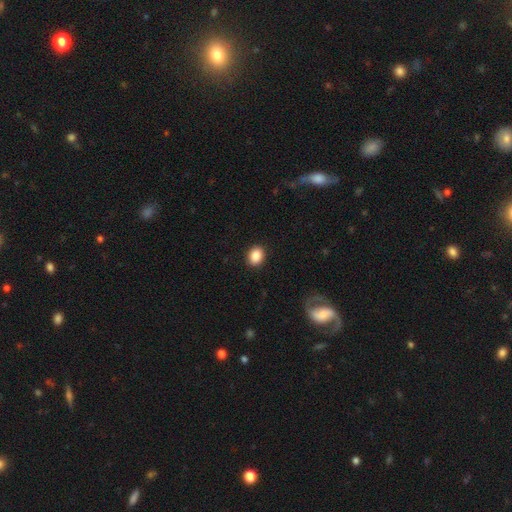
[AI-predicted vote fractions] Smooth or featured: smooth — 88% (star or artifact — 8%)
How rounded: in between — 54% (round — 45%)
Merging: none — 90% (minor disturbance — 7%)